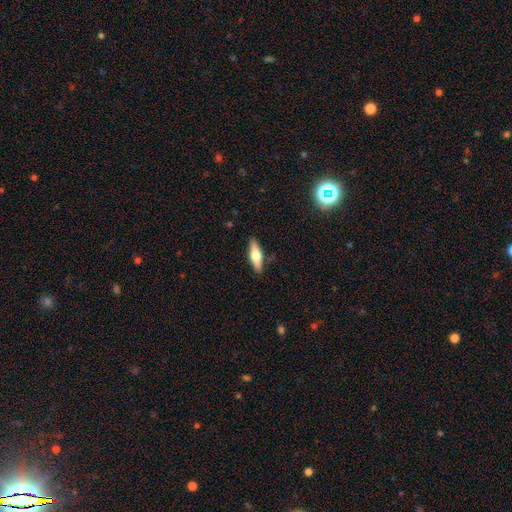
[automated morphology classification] type=featured or disk (47%, tied with smooth); merging=none (88%).